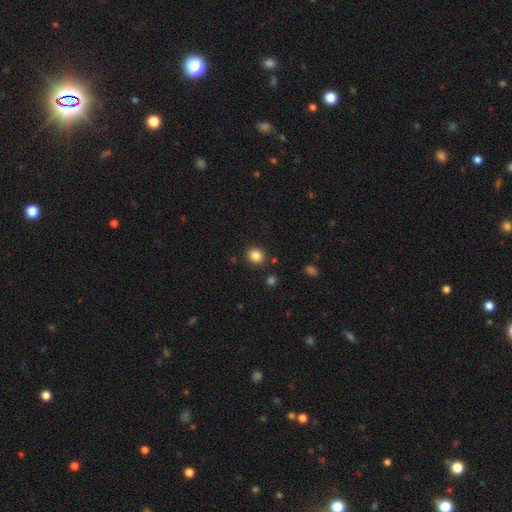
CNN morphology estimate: The model was most divided on "how rounded": round: 71%, in between: 29%, cigar-shaped: 1%. More confident: merging — none (86%); smooth or featured — smooth (85%).